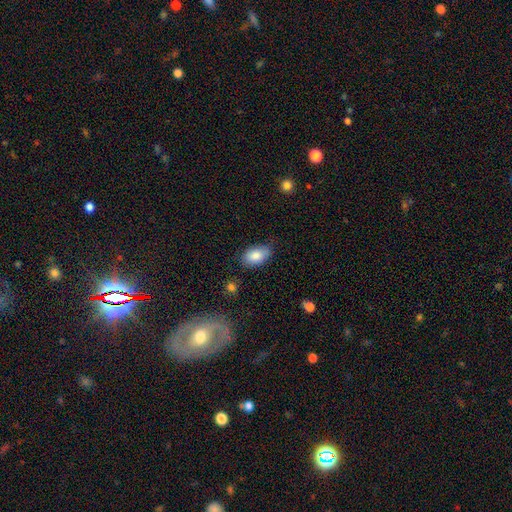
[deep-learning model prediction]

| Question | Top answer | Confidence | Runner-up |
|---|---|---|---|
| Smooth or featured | smooth | 85% | featured or disk (8%) |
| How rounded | in between | 91% | round (7%) |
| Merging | none | 76% | minor disturbance (19%) |